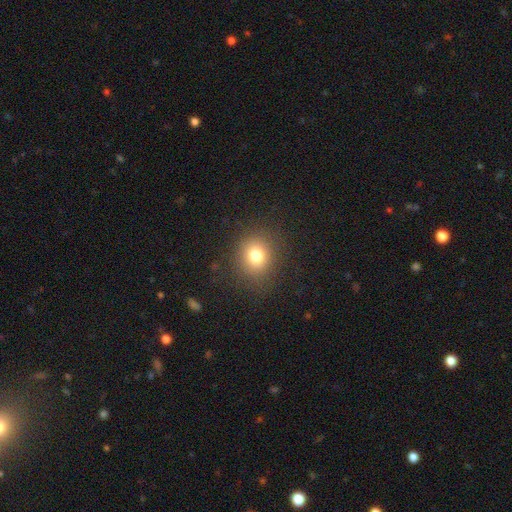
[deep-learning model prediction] Overall: smooth (78%). How rounded: round (78%). Merging: none (86%).